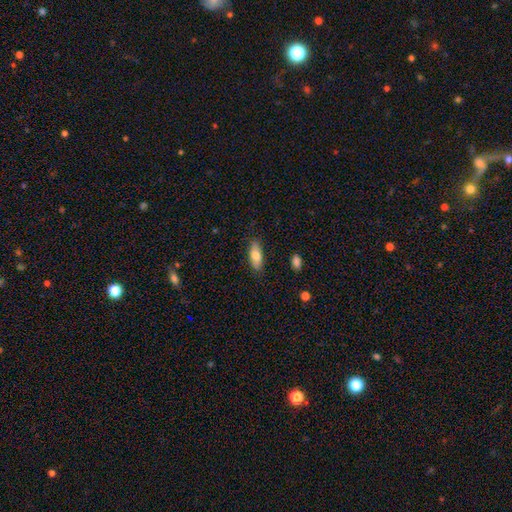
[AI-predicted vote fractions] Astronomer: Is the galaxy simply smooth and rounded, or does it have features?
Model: smooth — 77%.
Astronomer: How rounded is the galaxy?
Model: in between — 72%.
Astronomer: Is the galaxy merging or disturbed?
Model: none — 85%.